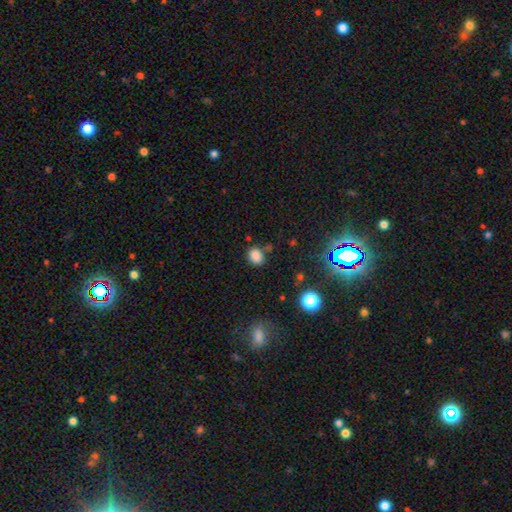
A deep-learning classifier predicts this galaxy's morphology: A smooth galaxy with no disk features (82%) that is in between round and cigar-shaped (53%).

Vote fractions:
- Smooth or featured? smooth: 82% / star or artifact: 13% / featured or disk: 4%
- How rounded? in between: 53% / round: 46% / cigar-shaped: 1%
- Merging? none: 74% / minor disturbance: 15% / merger: 7% / major disturbance: 4%